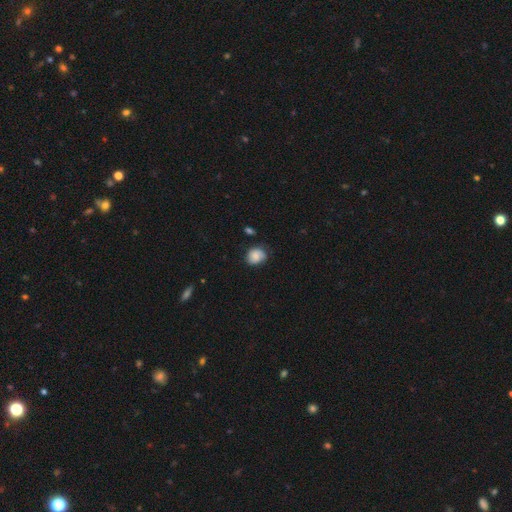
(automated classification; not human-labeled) Smooth or featured?
  - smooth: 67% *
  - featured or disk: 24%
  - star or artifact: 9%
How rounded?
  - round: 64% *
  - in between: 35%
  - cigar-shaped: 1%
Merging?
  - none: 56% *
  - minor disturbance: 31%
  - major disturbance: 10%
  - merger: 3%